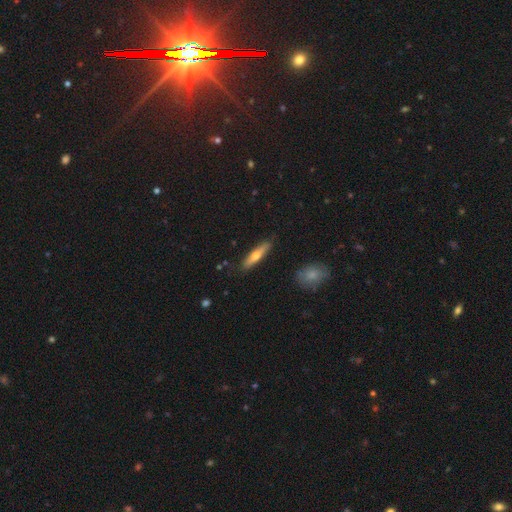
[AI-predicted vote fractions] smooth-or-featured: smooth: 56% | featured or disk: 38% | star or artifact: 6%
  how-rounded: cigar-shaped: 80% | in between: 18% | round: 2%
  merging: none: 87% | minor disturbance: 9% | major disturbance: 2% | merger: 2%